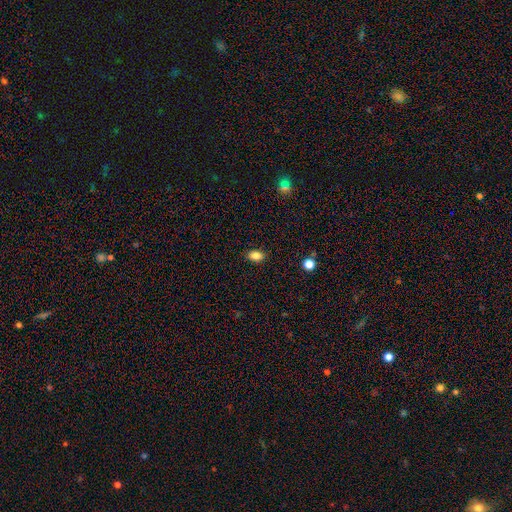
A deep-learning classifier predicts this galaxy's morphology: Smooth or featured? smooth (84%)
How rounded? in between (85%)
Merging? none (87%)